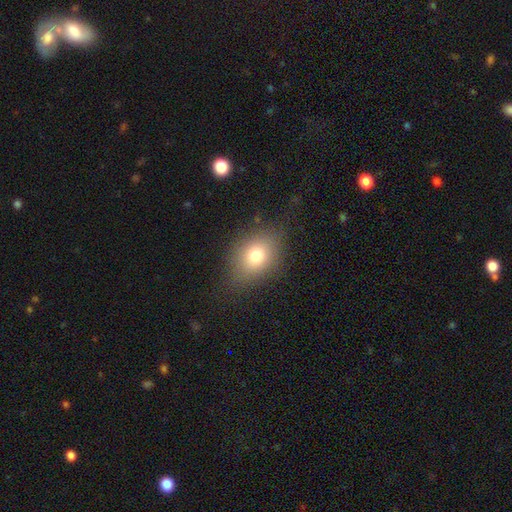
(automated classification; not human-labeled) smooth 75%, star or artifact 13%, featured or disk 12%. Down the decision tree: how rounded — in between (59%); merging — none (79%).